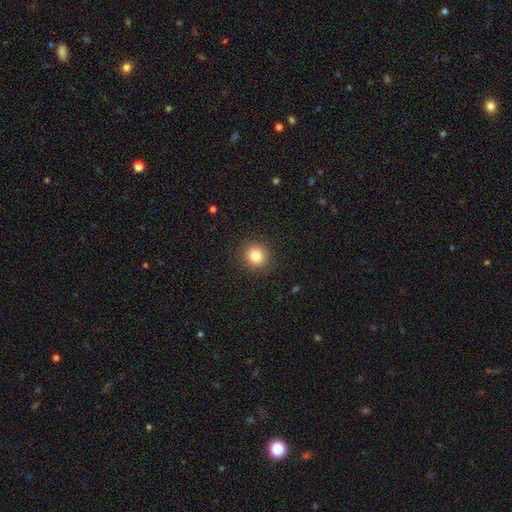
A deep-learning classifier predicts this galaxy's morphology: The model was most divided on "smooth or featured": smooth: 84%, star or artifact: 11%, featured or disk: 6%. More confident: merging — none (91%); how rounded — round (86%).